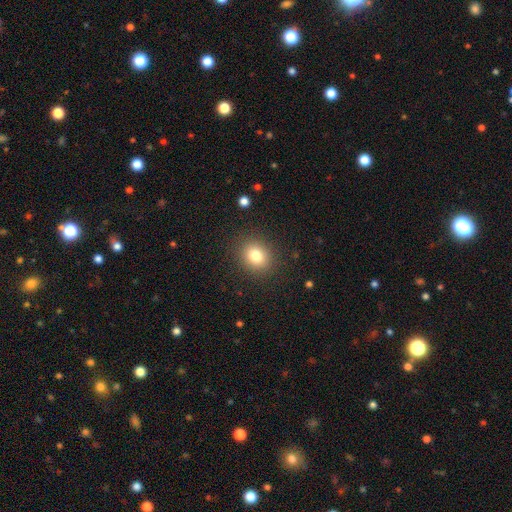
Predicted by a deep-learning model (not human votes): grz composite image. It shows a smooth galaxy with no disk features (80%) that is round (72%). Merging: none (88%).